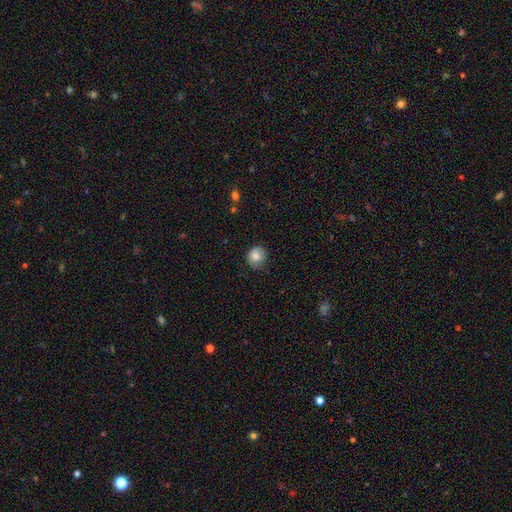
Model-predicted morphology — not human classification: smooth-or-featured: smooth: 84% | star or artifact: 9% | featured or disk: 8%
  how-rounded: round: 83% | in between: 16% | cigar-shaped: 1%
  merging: none: 72% | minor disturbance: 22% | major disturbance: 5% | merger: 1%